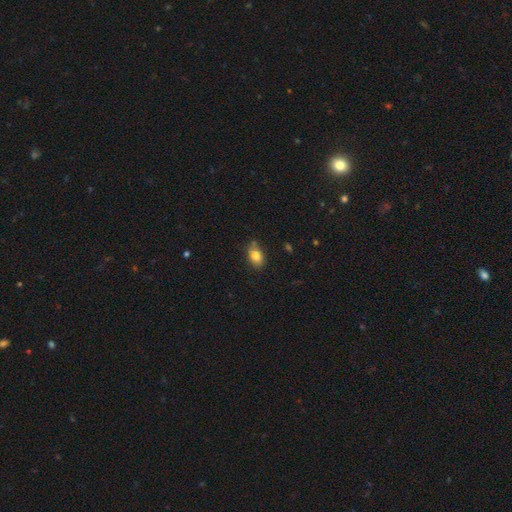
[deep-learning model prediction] The model was most divided on "merging": none: 72%, minor disturbance: 22%, major disturbance: 3%, merger: 2%. More confident: how rounded — in between (82%); smooth or featured — smooth (82%).